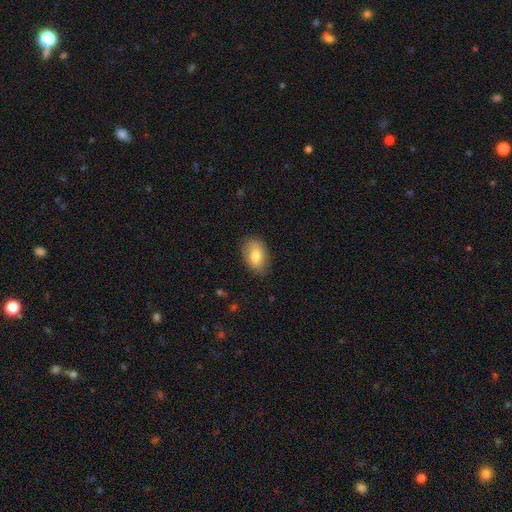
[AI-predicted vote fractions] smooth 78%, featured or disk 14%, star or artifact 7%. Down the decision tree: how rounded — in between (87%); merging — none (82%).